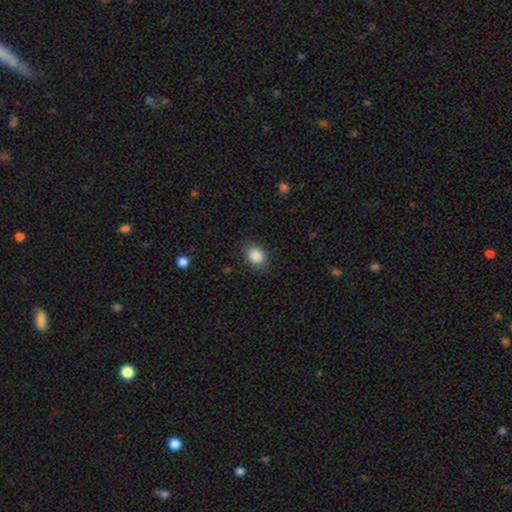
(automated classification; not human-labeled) This appears to be a smooth galaxy with no disk features (87%) that is in between round and cigar-shaped (67%). Merging: none (85%).